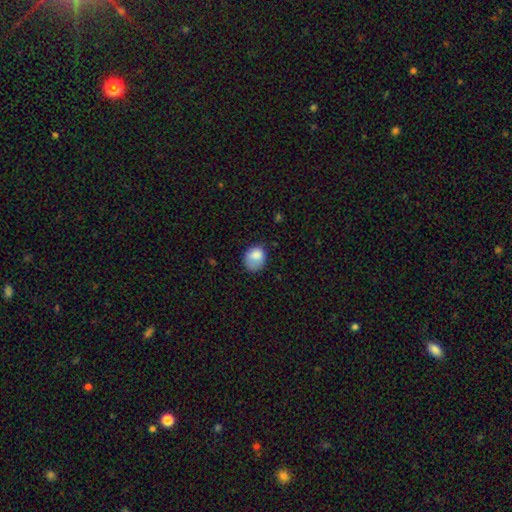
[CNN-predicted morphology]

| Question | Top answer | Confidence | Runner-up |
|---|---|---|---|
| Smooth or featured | smooth | 81% | featured or disk (10%) |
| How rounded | round | 53% | in between (46%) |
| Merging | none | 53% | minor disturbance (31%) |